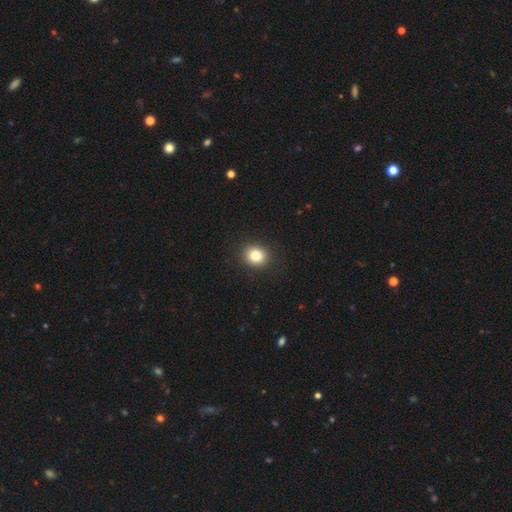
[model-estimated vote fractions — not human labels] This appears to be a smooth galaxy with no disk features (82%) that is round (75%). Merging: none (91%).